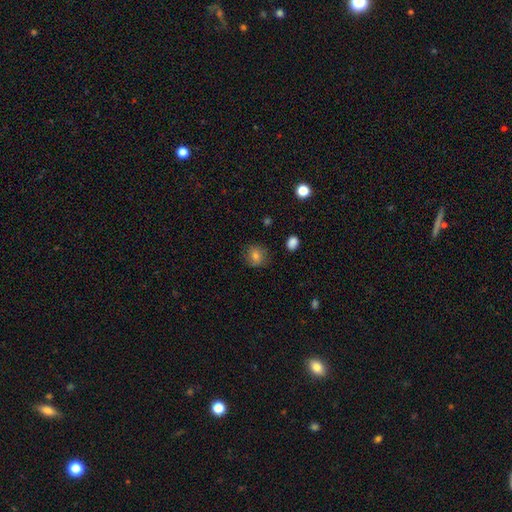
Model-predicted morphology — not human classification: This appears to be a smooth galaxy with no disk features (75%) that is round (77%). Merging: none (82%).